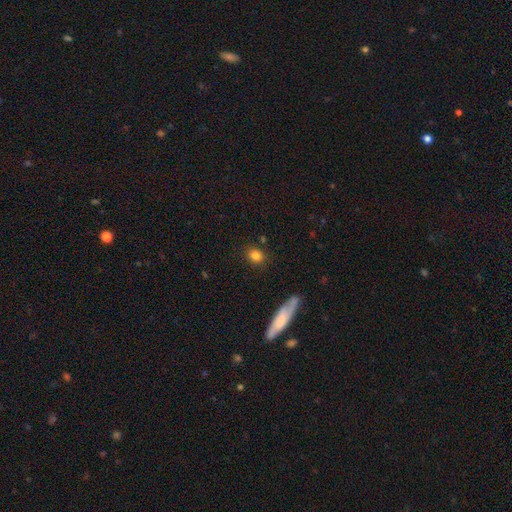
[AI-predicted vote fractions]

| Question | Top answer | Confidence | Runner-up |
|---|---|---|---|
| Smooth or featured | smooth | 83% | star or artifact (11%) |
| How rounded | round | 62% | in between (35%) |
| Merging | none | 85% | minor disturbance (9%) |